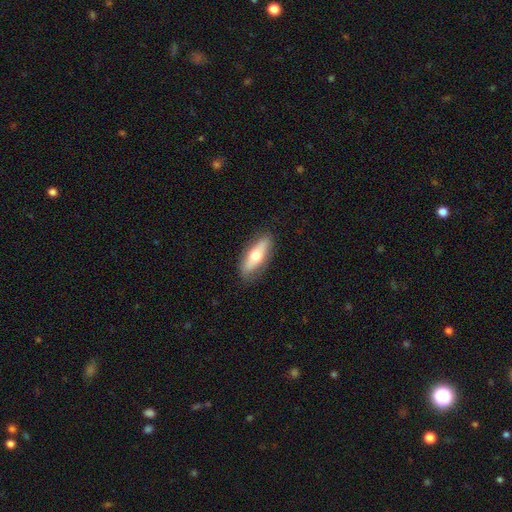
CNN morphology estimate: This appears to be a smooth galaxy with no disk features (57%) that is in between round and cigar-shaped (52%). Merging: none (85%).